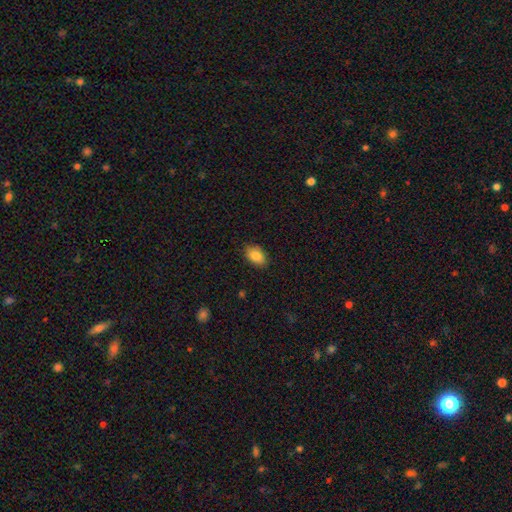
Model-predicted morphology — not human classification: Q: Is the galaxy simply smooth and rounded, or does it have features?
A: smooth — 86%.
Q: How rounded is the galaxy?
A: in between — 89%.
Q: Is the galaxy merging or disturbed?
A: none — 87%.